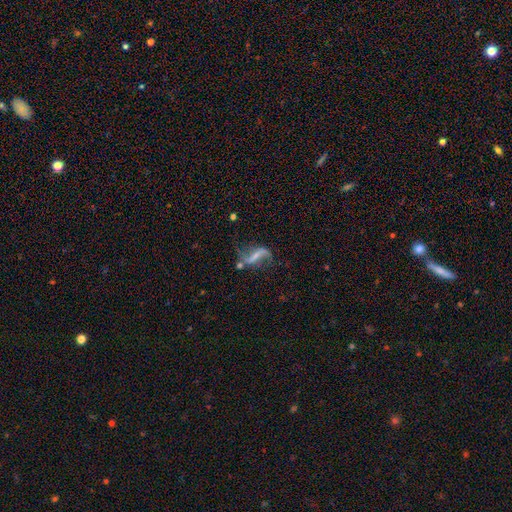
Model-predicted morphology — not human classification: Overall: featured or disk (75%). Edge-on disk: no (91%). Bar: strong (47%; weak 31%). Spiral arms: yes (83%). Spiral arm count: 2 (85%). Spiral winding: loose (86%). Bulge size: none (42%; small 41%). Merging: none (54%; minor disturbance 19%).